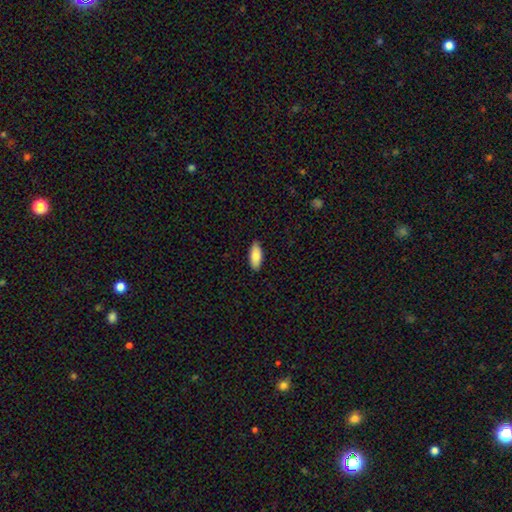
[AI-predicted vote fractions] A smooth galaxy with no disk features (84%) that is in between round and cigar-shaped (84%). Merging: none (88%).